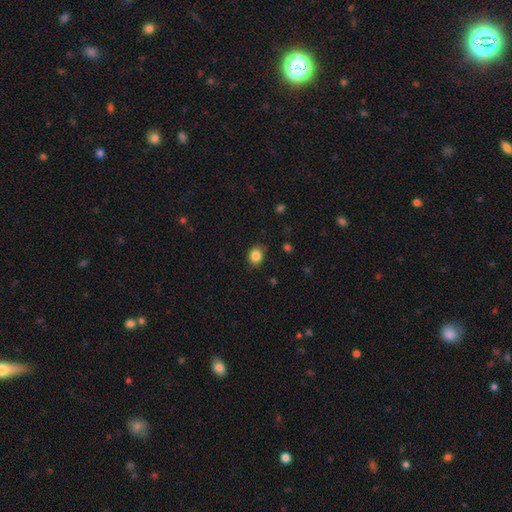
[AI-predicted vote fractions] Q: Smooth or featured?
A: smooth (86%); runner-up: star or artifact (10%)
Q: How rounded?
A: round (51%); runner-up: in between (49%)
Q: Merging?
A: none (84%); runner-up: minor disturbance (12%)